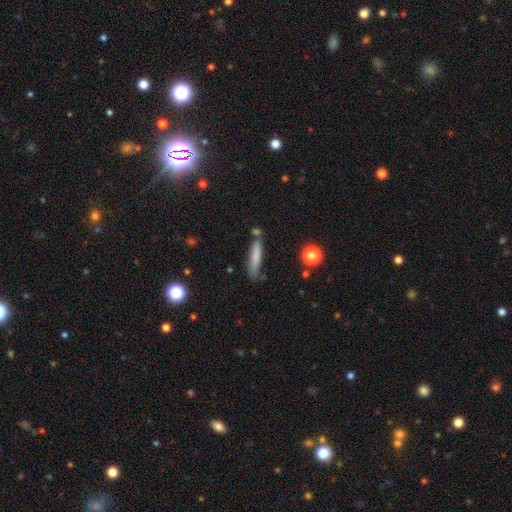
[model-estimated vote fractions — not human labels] smooth-or-featured: smooth: 76% | featured or disk: 17% | star or artifact: 8%
  how-rounded: cigar-shaped: 85% | in between: 13% | round: 2%
  merging: none: 69% | minor disturbance: 18% | merger: 8% | major disturbance: 4%